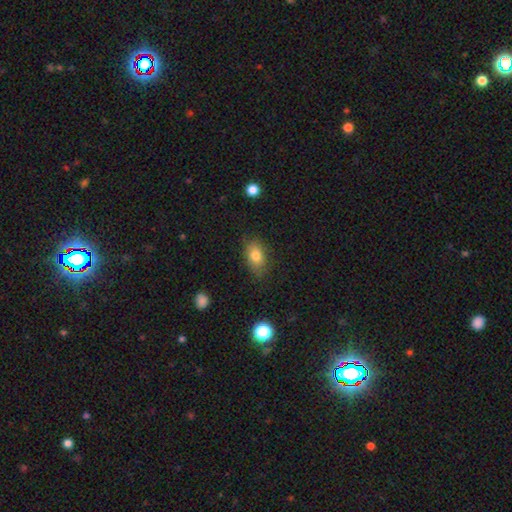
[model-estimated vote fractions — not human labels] This appears to be a smooth galaxy with no disk features (79%) that is in between round and cigar-shaped (84%). Merging: none (78%).